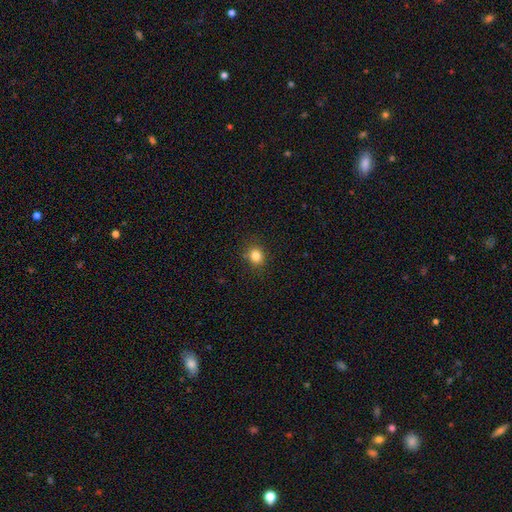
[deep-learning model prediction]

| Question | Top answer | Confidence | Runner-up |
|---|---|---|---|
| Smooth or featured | smooth | 83% | star or artifact (12%) |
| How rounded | round | 78% | in between (21%) |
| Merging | none | 87% | minor disturbance (9%) |